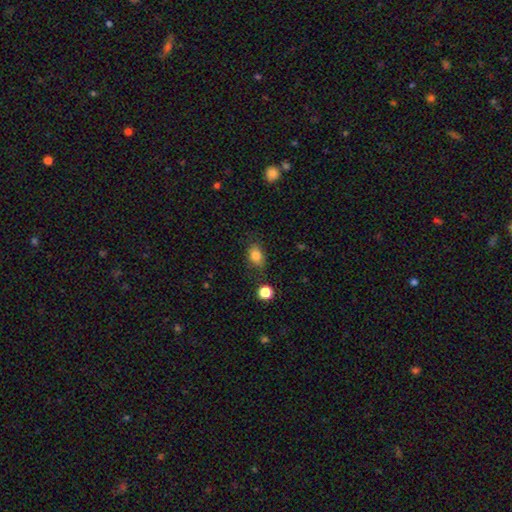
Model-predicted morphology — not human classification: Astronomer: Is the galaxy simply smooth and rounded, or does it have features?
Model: smooth — 82%.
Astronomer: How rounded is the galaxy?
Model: in between — 69%.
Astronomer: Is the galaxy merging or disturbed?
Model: none — 74%.